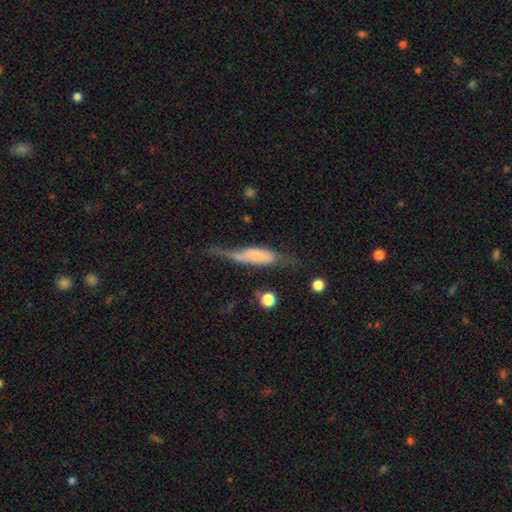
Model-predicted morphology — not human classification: featured or disk 47%, smooth 45%, star or artifact 8%. Down the decision tree: merging — none (35%).